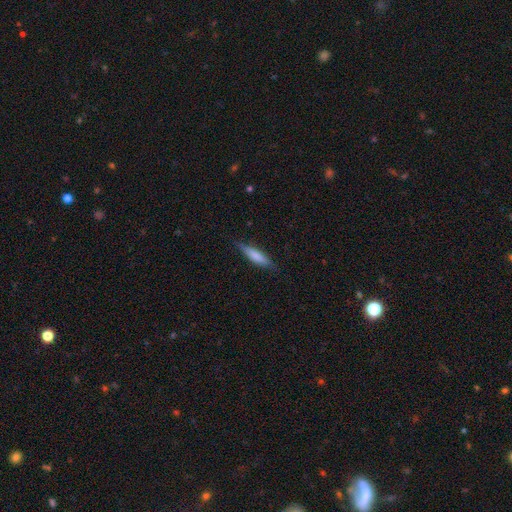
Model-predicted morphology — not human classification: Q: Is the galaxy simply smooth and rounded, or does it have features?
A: smooth — 72%.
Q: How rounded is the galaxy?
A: cigar-shaped — 74%.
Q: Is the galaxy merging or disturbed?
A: none — 82%.